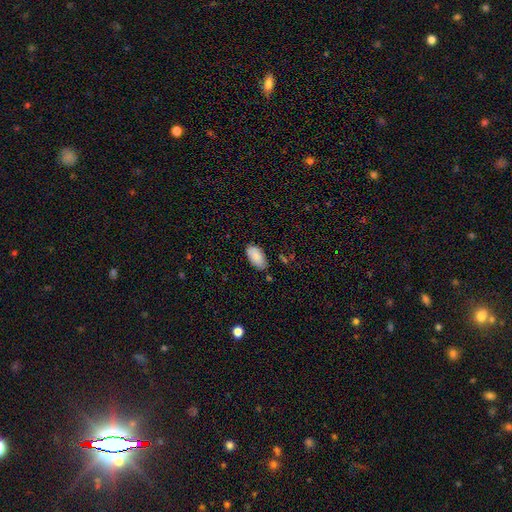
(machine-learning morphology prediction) smooth_or_featured: smooth (p=0.83) [alt: featured or disk p=0.11]
how_rounded: in between (p=0.95) [alt: round p=0.03]
merging: none (p=0.76) [alt: minor disturbance p=0.18]